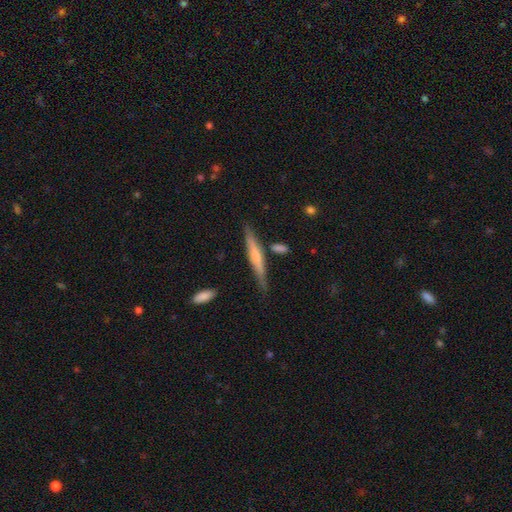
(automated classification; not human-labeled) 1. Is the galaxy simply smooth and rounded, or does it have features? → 58% featured or disk, 36% smooth, 6% star or artifact.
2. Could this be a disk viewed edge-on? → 96% yes, 4% no.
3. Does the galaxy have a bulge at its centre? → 64% rounded, 24% none, 12% boxy.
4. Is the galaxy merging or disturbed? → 82% none, 12% minor disturbance, 4% merger, 2% major disturbance.